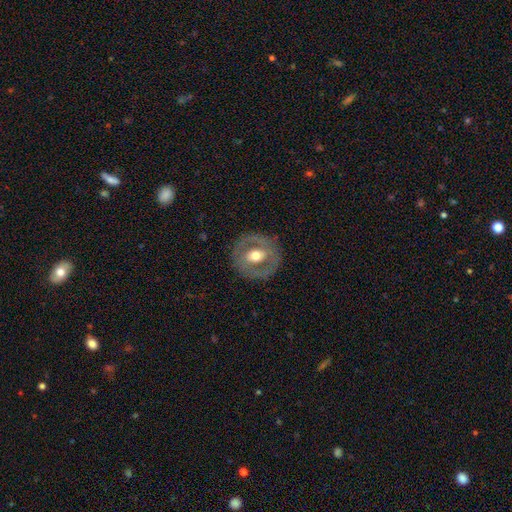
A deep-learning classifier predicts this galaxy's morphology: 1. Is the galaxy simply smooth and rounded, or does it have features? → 57% featured or disk, 37% smooth, 6% star or artifact.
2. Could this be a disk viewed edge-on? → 94% no, 6% yes.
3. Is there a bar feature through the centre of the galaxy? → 51% no, 31% weak, 18% strong.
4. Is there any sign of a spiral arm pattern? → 80% no, 20% yes.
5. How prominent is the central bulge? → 71% moderate, 17% large, 9% small, 1% dominant, 1% none.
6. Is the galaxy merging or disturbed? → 83% none, 11% minor disturbance, 6% major disturbance, 1% merger.